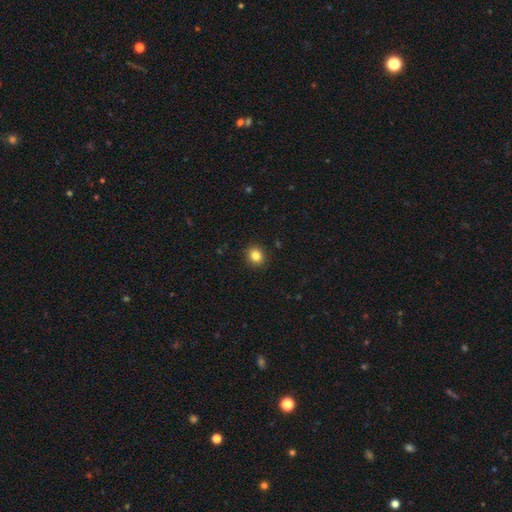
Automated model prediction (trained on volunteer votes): smooth 84%, star or artifact 11%, featured or disk 6%. Down the decision tree: how rounded — round (75%); merging — none (91%).